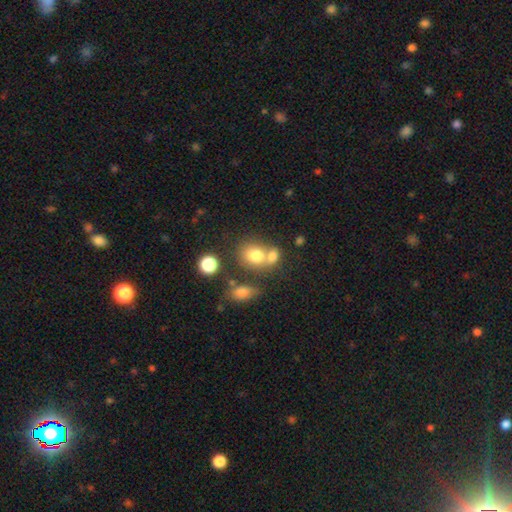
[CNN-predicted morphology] Q: Smooth or featured?
A: smooth (75%); runner-up: featured or disk (13%)
Q: How rounded?
A: round (53%); runner-up: in between (45%)
Q: Merging?
A: merger (45%); runner-up: none (38%)